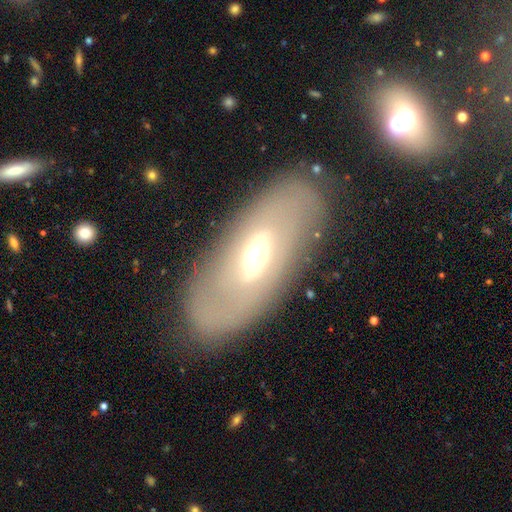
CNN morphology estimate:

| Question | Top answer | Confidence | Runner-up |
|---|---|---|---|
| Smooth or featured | featured or disk | 59% | smooth (33%) |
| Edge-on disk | no | 77% | yes (23%) |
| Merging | none | 80% | minor disturbance (12%) |